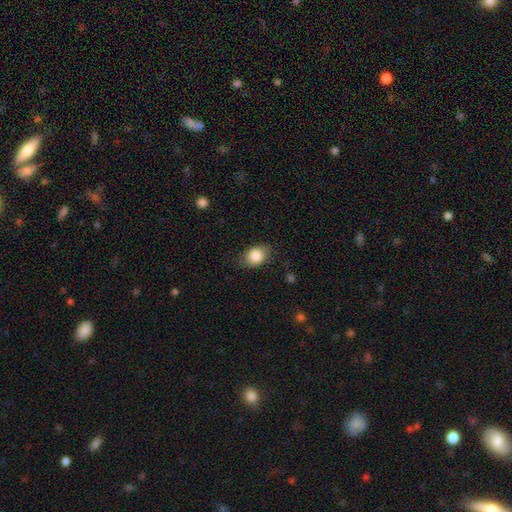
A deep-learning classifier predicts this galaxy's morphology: A smooth galaxy with no disk features (85%) that is in between round and cigar-shaped (66%). Merging: none (76%).